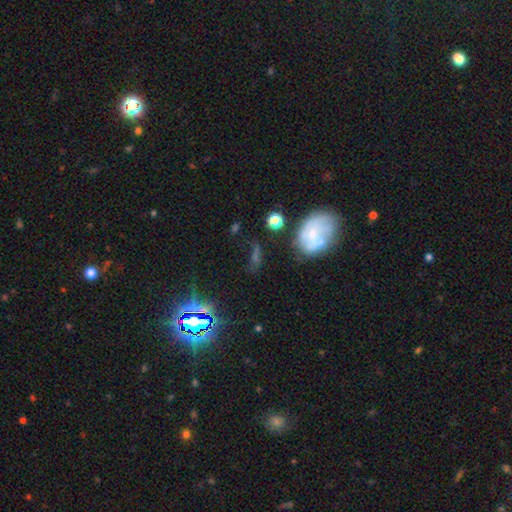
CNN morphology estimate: type=smooth (36%); merging=none (55%).